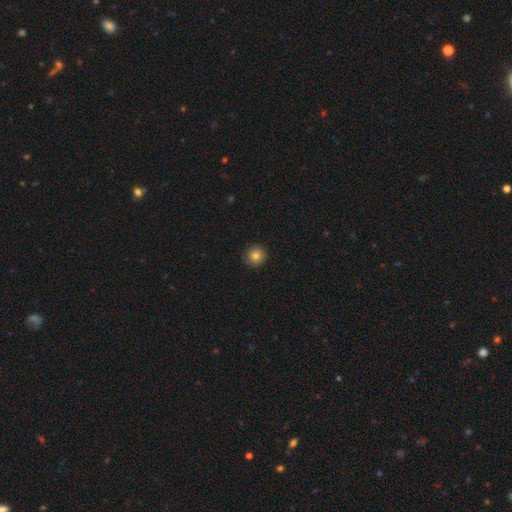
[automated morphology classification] A smooth galaxy with no disk features (81%) that is round (93%). Merging: none (90%).